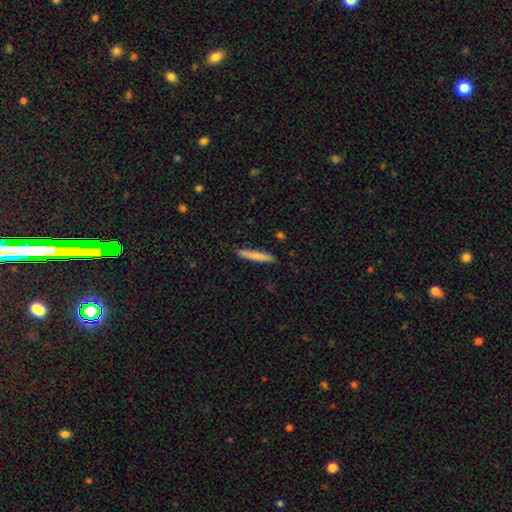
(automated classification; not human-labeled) Q: Smooth or featured?
A: smooth (79%); runner-up: featured or disk (15%)
Q: How rounded?
A: cigar-shaped (94%); runner-up: in between (5%)
Q: Merging?
A: none (89%); runner-up: minor disturbance (8%)